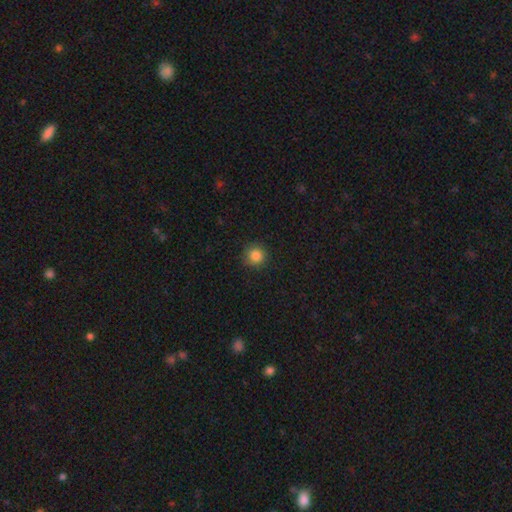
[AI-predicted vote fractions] Overall: smooth (84%). How rounded: round (95%). Merging: none (90%).